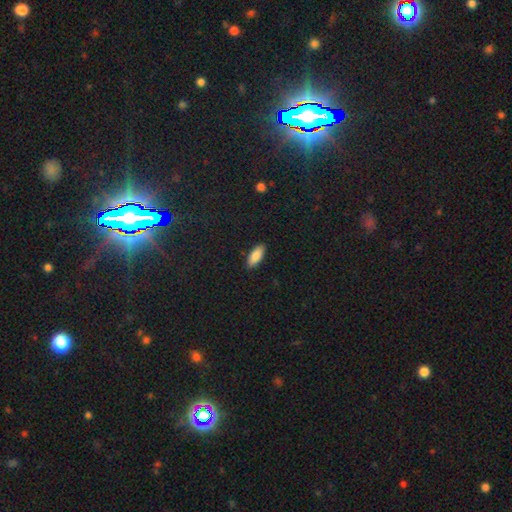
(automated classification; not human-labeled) Q: Smooth or featured?
A: smooth (86%); runner-up: featured or disk (7%)
Q: How rounded?
A: in between (81%); runner-up: cigar-shaped (17%)
Q: Merging?
A: none (89%); runner-up: minor disturbance (8%)